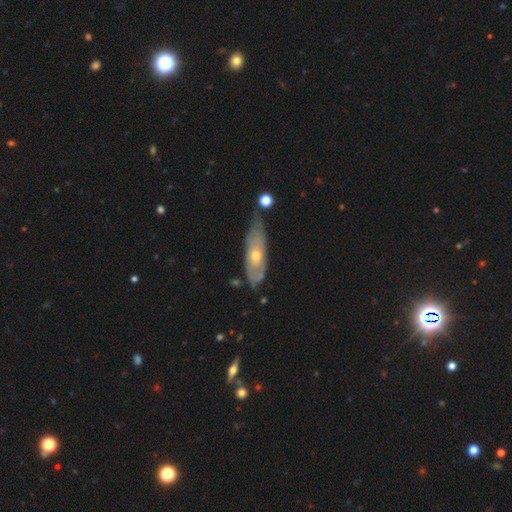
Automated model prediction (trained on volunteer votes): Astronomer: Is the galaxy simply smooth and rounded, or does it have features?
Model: featured or disk — 62%.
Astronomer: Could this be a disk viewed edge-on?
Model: no — 71%.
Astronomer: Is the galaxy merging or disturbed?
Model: none — 55% (runner-up: minor disturbance, 31%).